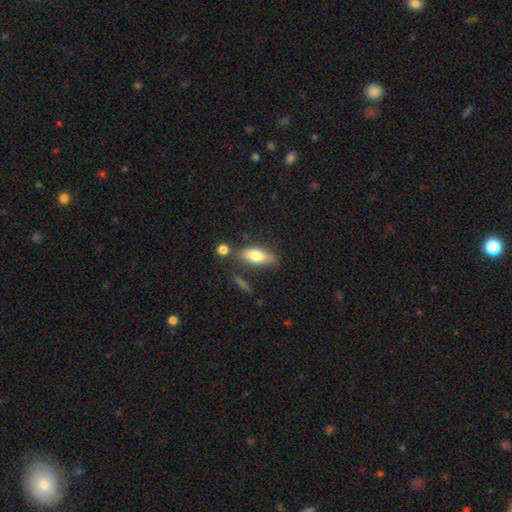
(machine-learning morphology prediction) Smooth or featured? Predicted: smooth (p=0.73). How rounded? Predicted: in between (p=0.71). Merging? Predicted: none (p=0.68).